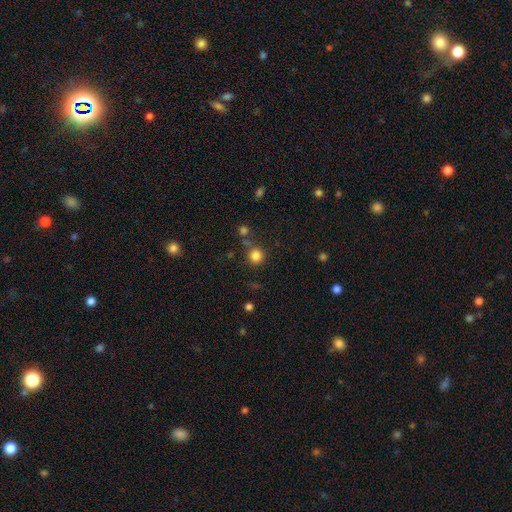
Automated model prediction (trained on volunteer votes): smooth-or-featured: smooth: 82% | star or artifact: 13% | featured or disk: 5%
  how-rounded: round: 93% | in between: 6% | cigar-shaped: 1%
  merging: none: 77% | minor disturbance: 10% | merger: 9% | major disturbance: 4%